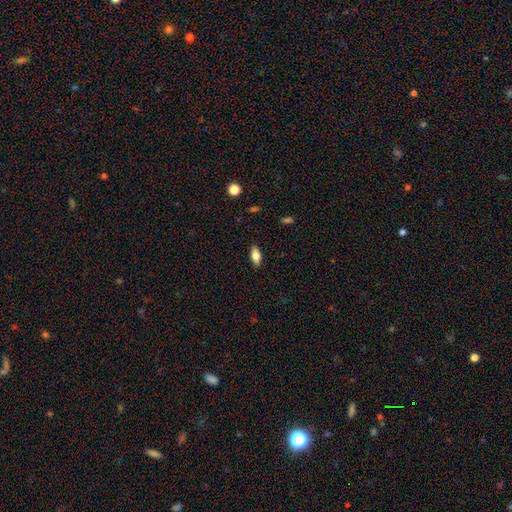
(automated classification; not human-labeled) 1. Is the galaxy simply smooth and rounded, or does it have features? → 74% smooth, 19% featured or disk, 8% star or artifact.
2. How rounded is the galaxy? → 82% in between, 15% cigar-shaped, 3% round.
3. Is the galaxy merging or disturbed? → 88% none, 9% minor disturbance, 2% major disturbance, 1% merger.